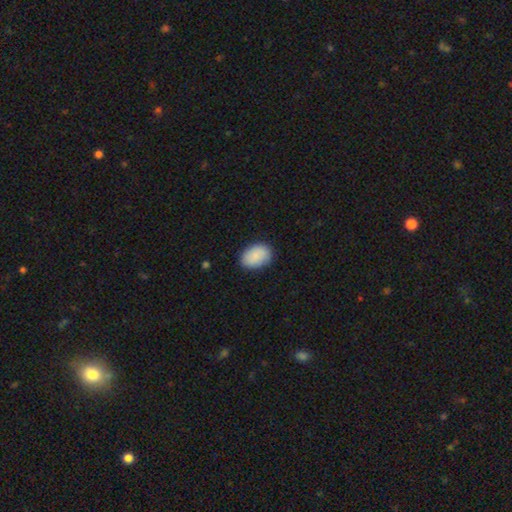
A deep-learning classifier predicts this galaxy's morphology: This is clearly a smooth galaxy (86%). How rounded: clearly in between (83%). Merging: clearly none (83%).